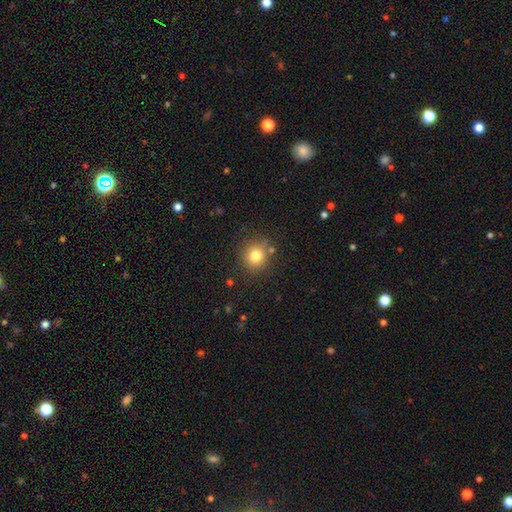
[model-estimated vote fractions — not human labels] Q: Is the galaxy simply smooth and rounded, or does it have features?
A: smooth — 80%.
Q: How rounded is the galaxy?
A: round — 89%.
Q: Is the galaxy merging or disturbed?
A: none — 83%.